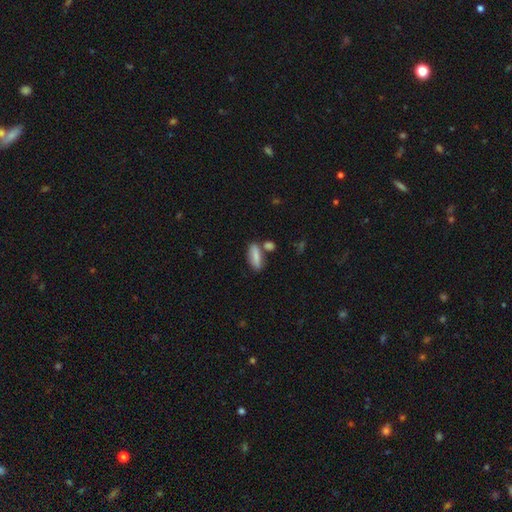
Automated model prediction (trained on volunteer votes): Smooth or featured? smooth (81%)
How rounded? in between (64%)
Merging? none (65%)